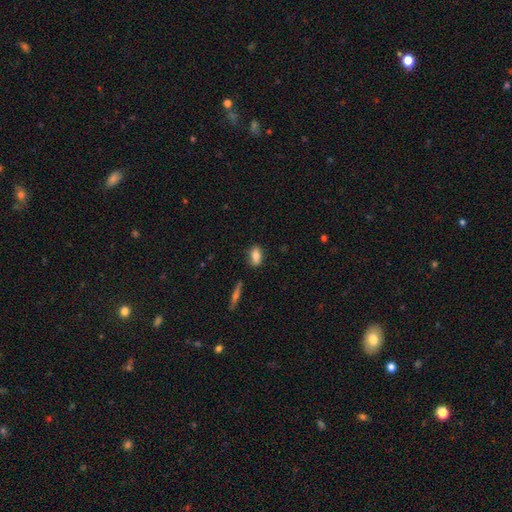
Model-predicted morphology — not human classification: smooth_or_featured: smooth (p=0.81) [alt: featured or disk p=0.11]
how_rounded: in between (p=0.84) [alt: cigar-shaped p=0.09]
merging: none (p=0.81) [alt: minor disturbance p=0.13]